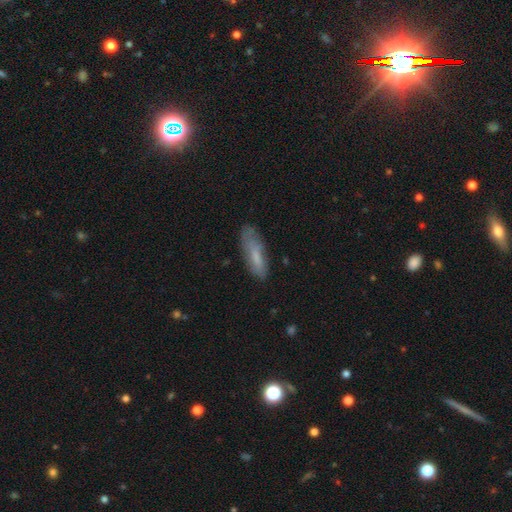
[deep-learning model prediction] This appears to be a smooth galaxy with no disk features (68%) that is cigar-shaped (55%). Merging: none (67%).